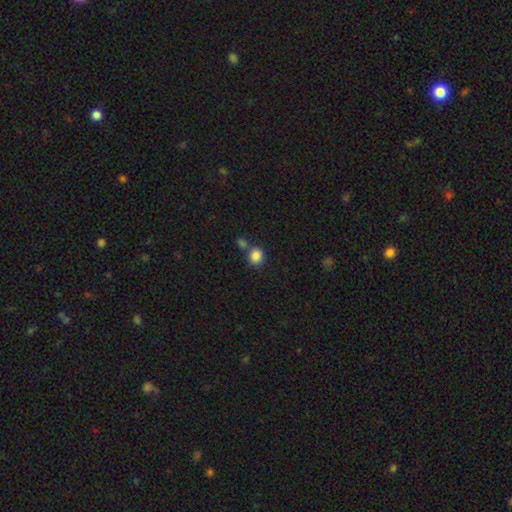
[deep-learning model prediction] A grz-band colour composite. It shows a smooth galaxy with no disk features (85%) that is round (78%). Merging: none (61%).